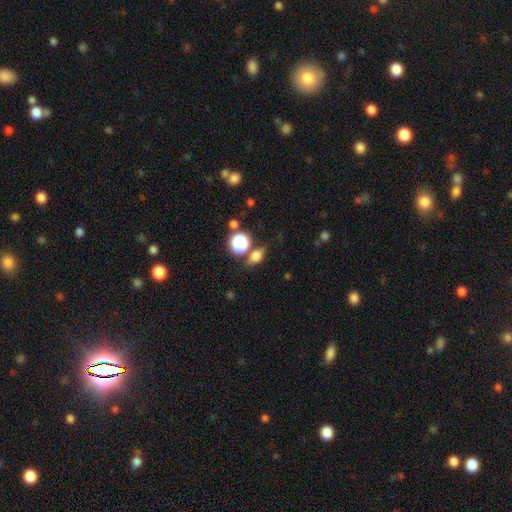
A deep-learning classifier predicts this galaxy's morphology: The model was most divided on "how rounded": in between: 56%, round: 35%, cigar-shaped: 9%. More confident: merging — none (70%); smooth or featured — smooth (65%).